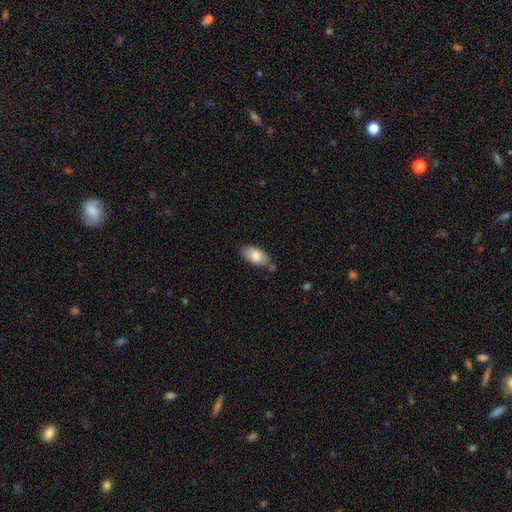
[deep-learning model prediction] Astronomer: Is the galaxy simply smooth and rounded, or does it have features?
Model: smooth — 80%.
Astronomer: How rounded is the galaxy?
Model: in between — 94%.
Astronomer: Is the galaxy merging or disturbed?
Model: none — 66%.